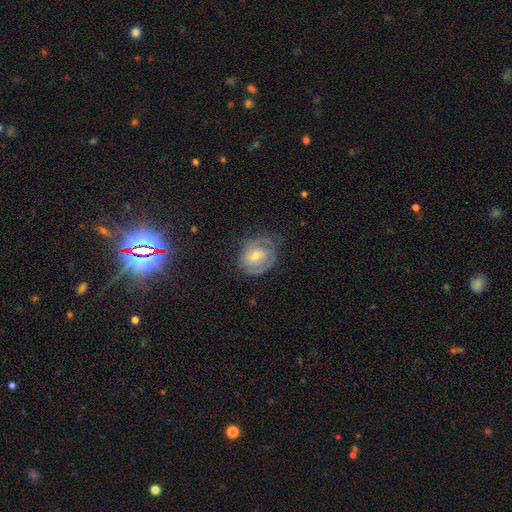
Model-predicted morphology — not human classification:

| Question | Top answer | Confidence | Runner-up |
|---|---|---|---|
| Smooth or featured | featured or disk | 66% | smooth (28%) |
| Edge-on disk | no | 97% | yes (3%) |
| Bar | no | 54% | weak (38%) |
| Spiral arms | yes | 81% | no (19%) |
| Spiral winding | tight | 58% | medium (32%) |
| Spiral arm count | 2 | 48% | can't tell (31%) |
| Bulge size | small | 53% | moderate (41%) |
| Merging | none | 63% | minor disturbance (23%) |